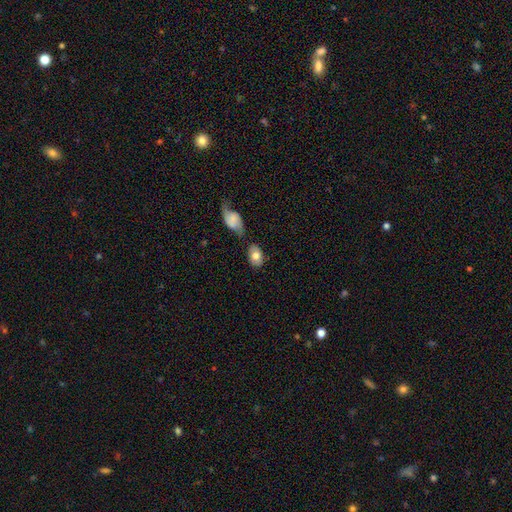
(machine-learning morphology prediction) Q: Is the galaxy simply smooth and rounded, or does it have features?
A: smooth — 73%.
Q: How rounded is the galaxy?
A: in between — 86%.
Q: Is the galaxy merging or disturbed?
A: none — 56%.